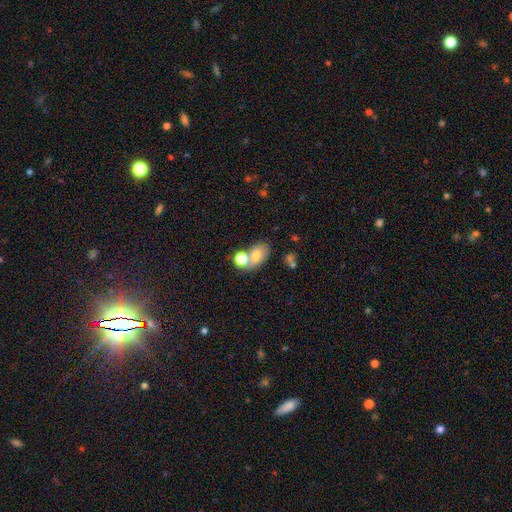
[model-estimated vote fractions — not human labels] Smooth or featured? smooth (72%)
How rounded? in between (79%)
Merging? none (45%)